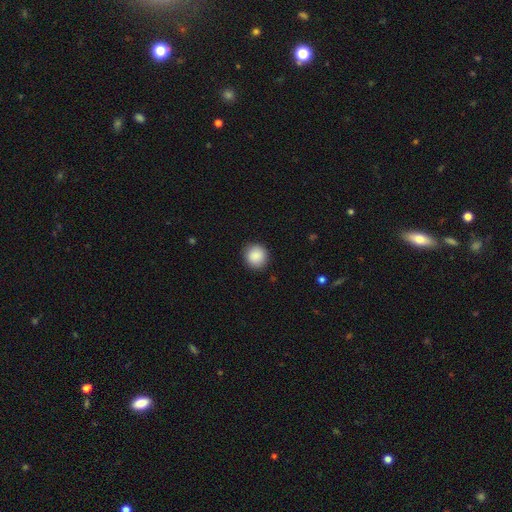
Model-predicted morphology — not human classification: Q: Smooth or featured?
A: smooth (89%); runner-up: star or artifact (8%)
Q: How rounded?
A: round (92%); runner-up: in between (7%)
Q: Merging?
A: none (91%); runner-up: minor disturbance (6%)